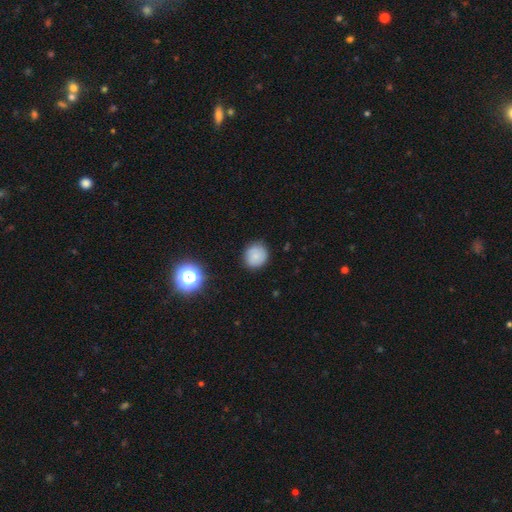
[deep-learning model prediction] Smooth or featured? smooth (80%)
How rounded? round (85%)
Merging? none (86%)